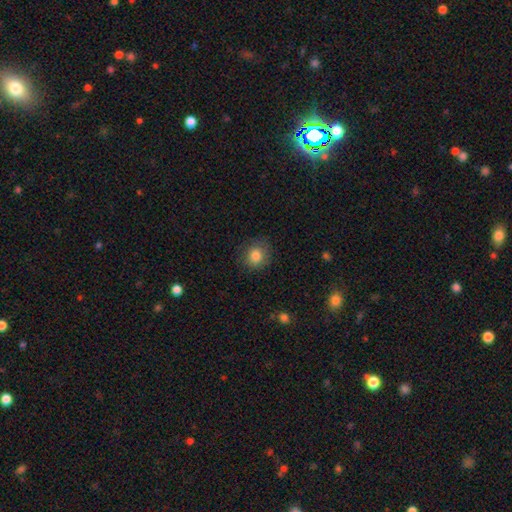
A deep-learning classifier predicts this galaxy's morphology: Smooth or featured: smooth — 83% (star or artifact — 10%)
How rounded: round — 77% (in between — 22%)
Merging: none — 84% (minor disturbance — 12%)